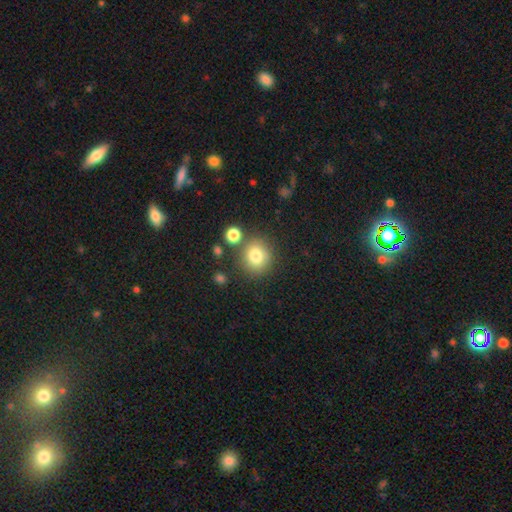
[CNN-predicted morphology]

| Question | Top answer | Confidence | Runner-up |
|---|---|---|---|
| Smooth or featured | smooth | 80% | star or artifact (11%) |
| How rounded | round | 80% | in between (19%) |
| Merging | none | 76% | minor disturbance (11%) |